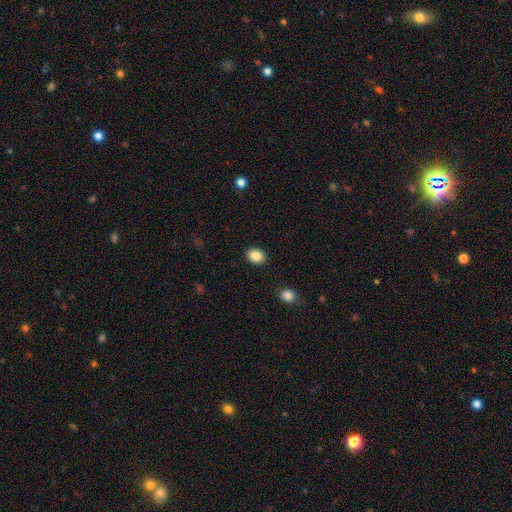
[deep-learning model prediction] A smooth galaxy with no disk features (86%) that is round (52%). Merging: none (90%).